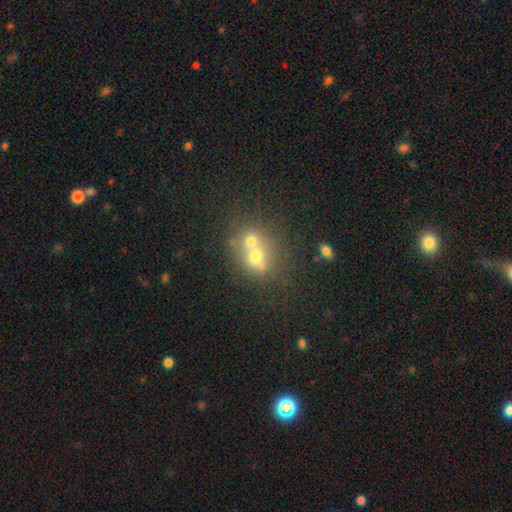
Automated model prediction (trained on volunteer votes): A smooth galaxy with no disk features (58%) that is round (70%). Merging: merger (57%).